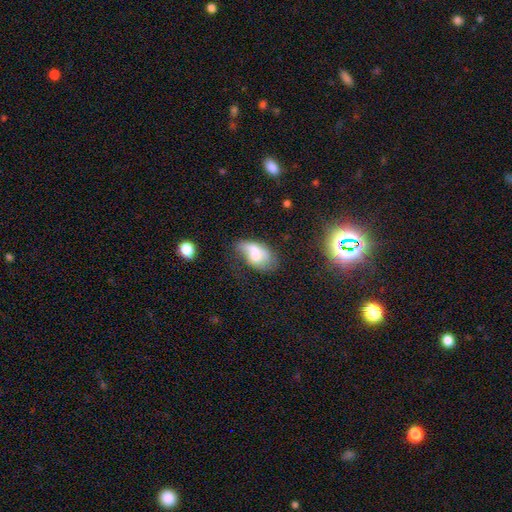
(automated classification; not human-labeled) The model was most divided on "merging": minor disturbance: 26%, none: 25%, merger: 25%, major disturbance: 25%. More confident: how rounded — in between (89%); smooth or featured — smooth (57%).